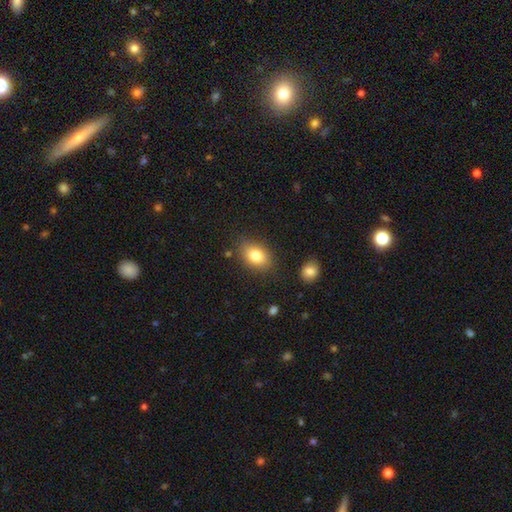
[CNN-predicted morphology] type=smooth (81%); roundness=in between (79%); merging=none (81%).